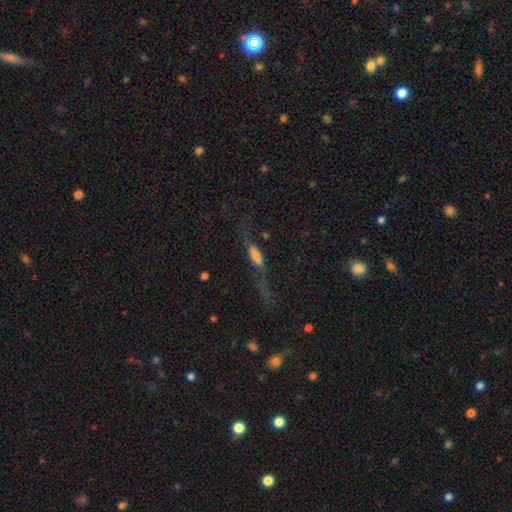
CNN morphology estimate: type=featured or disk (47%); merging=none (38%).